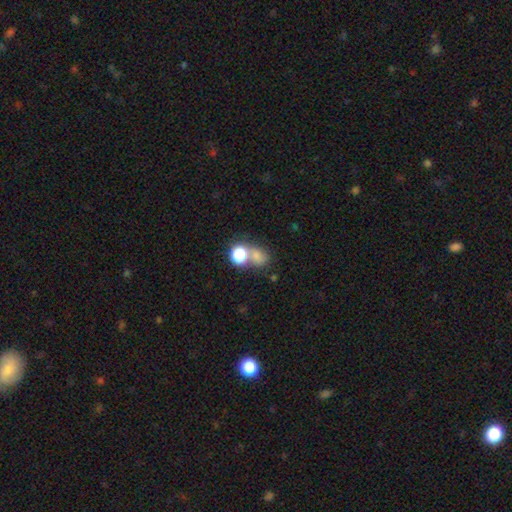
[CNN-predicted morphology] This appears to be a smooth galaxy with no disk features (67%) that is round (59%). Merging: none (42%).